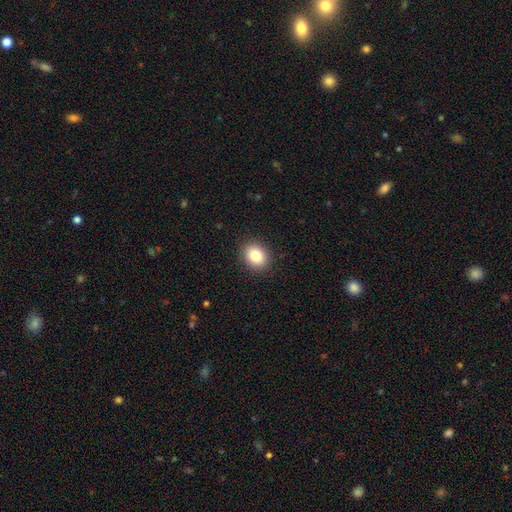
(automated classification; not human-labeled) Smooth or featured: smooth — 83% (star or artifact — 10%)
How rounded: round — 52% (in between — 47%)
Merging: none — 90% (minor disturbance — 7%)